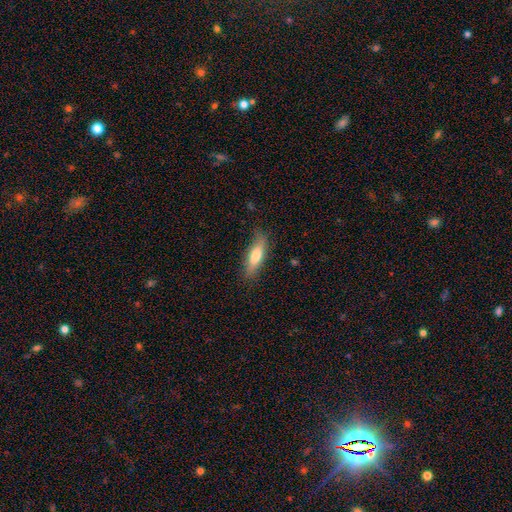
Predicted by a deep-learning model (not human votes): A smooth galaxy with no disk features (72%) that is cigar-shaped (57%).

Vote fractions:
- Smooth or featured? smooth: 72% / featured or disk: 22% / star or artifact: 6%
- How rounded? cigar-shaped: 57% / in between: 41% / round: 2%
- Merging? none: 77% / minor disturbance: 17% / major disturbance: 4% / merger: 1%